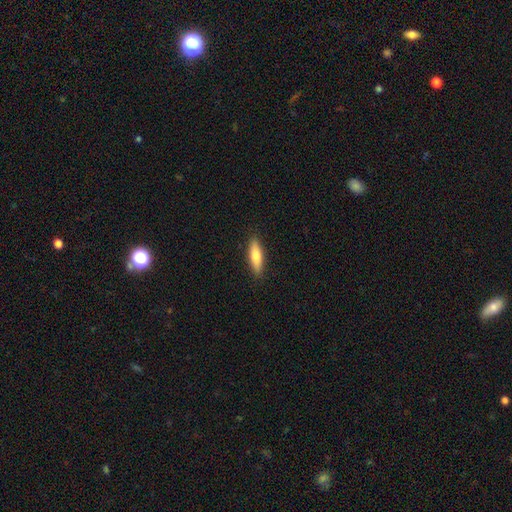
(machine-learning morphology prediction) Smooth or featured: smooth — 73% (featured or disk — 22%)
How rounded: cigar-shaped — 67% (in between — 31%)
Merging: none — 90% (minor disturbance — 8%)